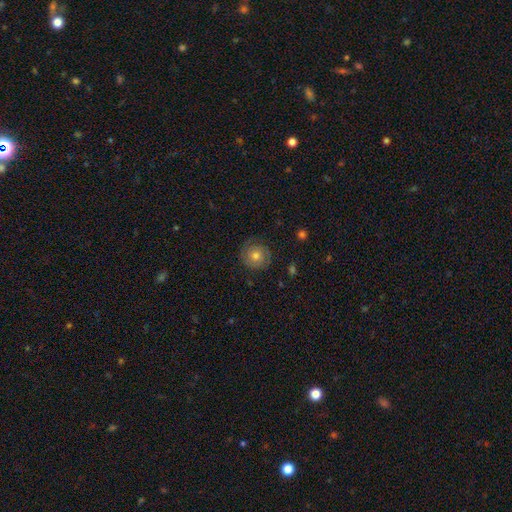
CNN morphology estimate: This is possibly a featured or disk galaxy (47%). Merging: clearly none (82%).